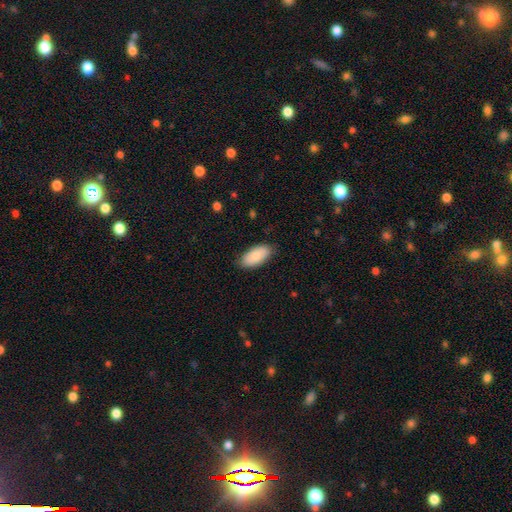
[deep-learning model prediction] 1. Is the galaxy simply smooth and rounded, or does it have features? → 83% smooth, 11% featured or disk, 6% star or artifact.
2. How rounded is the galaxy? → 94% in between, 4% cigar-shaped, 2% round.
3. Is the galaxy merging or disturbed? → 83% none, 14% minor disturbance, 2% major disturbance, 1% merger.